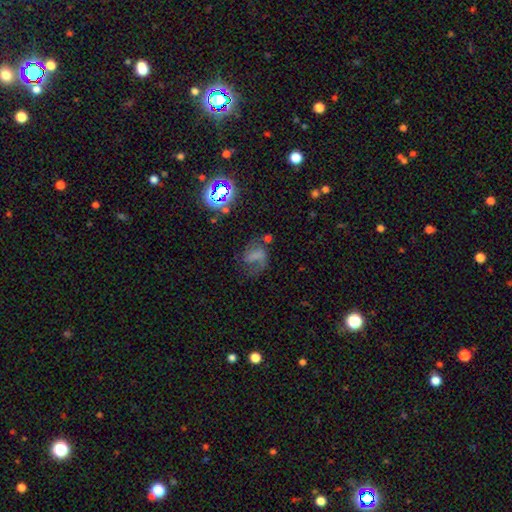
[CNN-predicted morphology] type=featured or disk (44%); merging=none (39%).